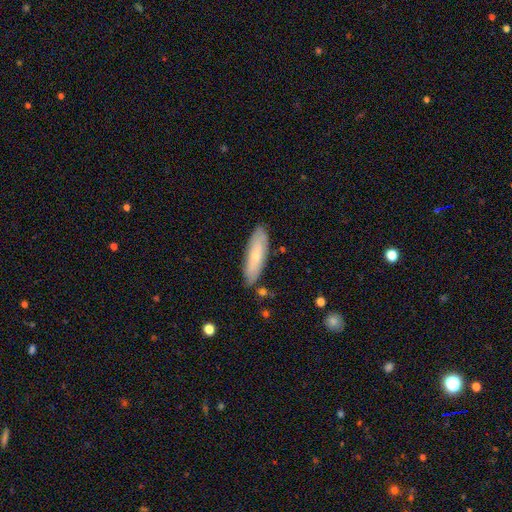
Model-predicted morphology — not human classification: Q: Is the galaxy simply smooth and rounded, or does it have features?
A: smooth — 60%.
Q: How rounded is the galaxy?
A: cigar-shaped — 52%.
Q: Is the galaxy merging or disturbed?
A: none — 82%.